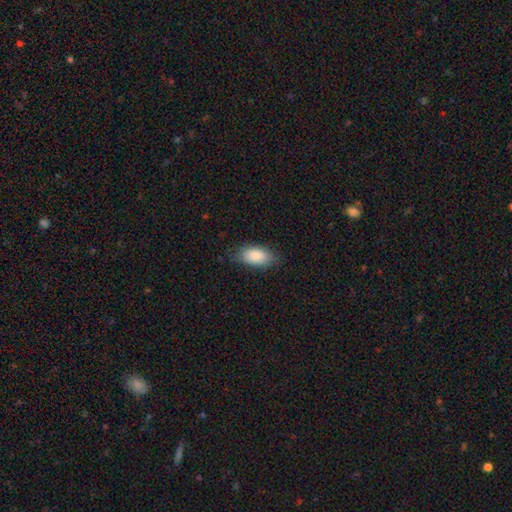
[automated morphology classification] smooth 86%, featured or disk 7%, star or artifact 6%. Down the decision tree: how rounded — in between (92%); merging — none (79%).